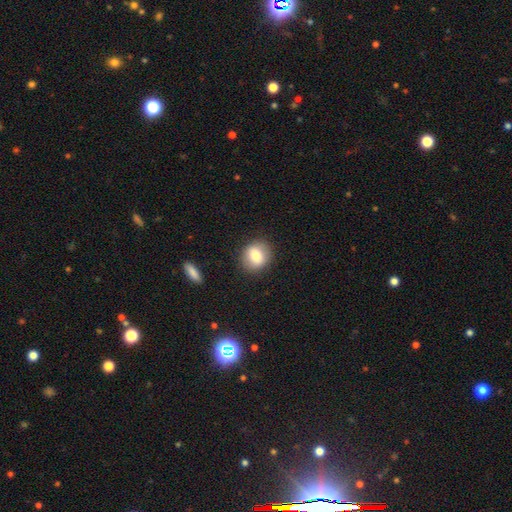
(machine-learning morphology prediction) This appears to be a smooth galaxy with no disk features (76%) that is round (70%). Merging: none (87%).